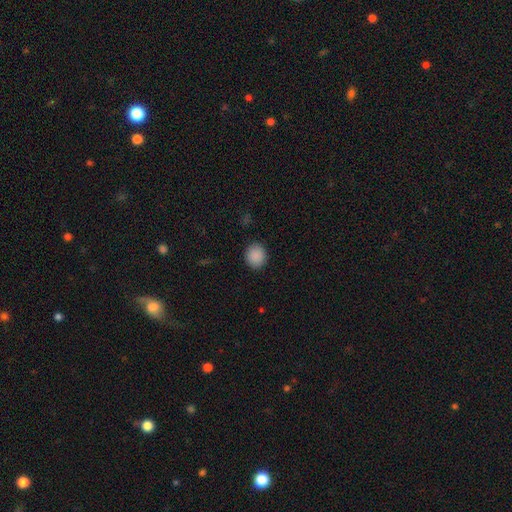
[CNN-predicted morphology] Smooth or featured?
  - smooth: 89% *
  - star or artifact: 8%
  - featured or disk: 2%
How rounded?
  - round: 82% *
  - in between: 17%
  - cigar-shaped: 1%
Merging?
  - none: 91% *
  - minor disturbance: 6%
  - major disturbance: 2%
  - merger: 1%